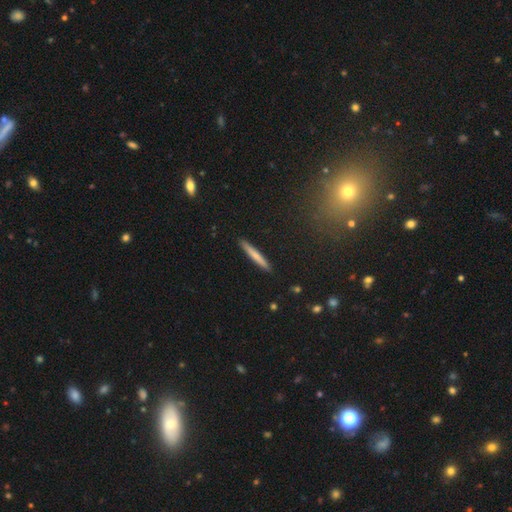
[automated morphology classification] smooth-or-featured: smooth: 66% | featured or disk: 28% | star or artifact: 6%
  how-rounded: cigar-shaped: 96% | in between: 3% | round: 1%
  merging: none: 91% | minor disturbance: 7% | major disturbance: 1% | merger: 1%